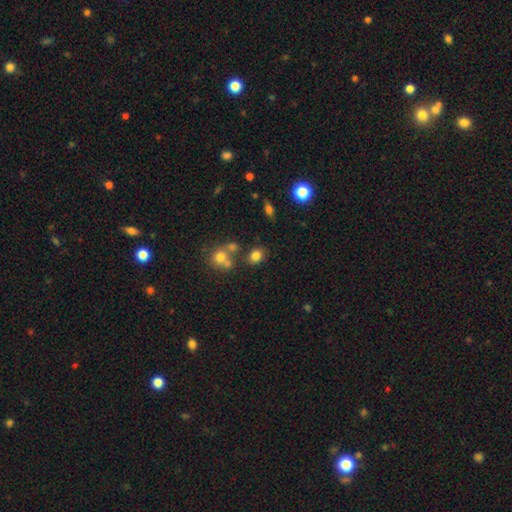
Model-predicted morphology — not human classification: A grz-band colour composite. It shows a smooth galaxy with no disk features (79%) that is round (54%). Merging: none (71%).